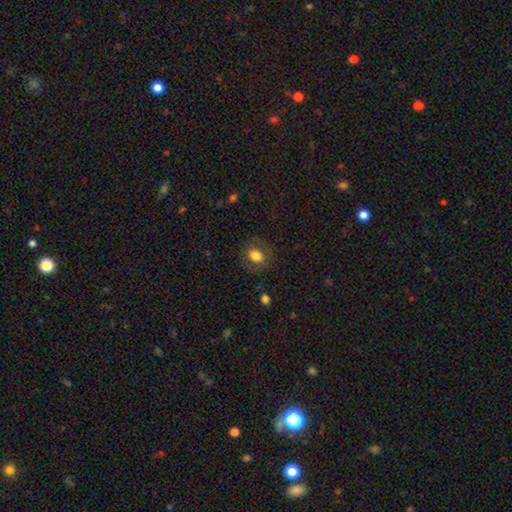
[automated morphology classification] smooth_or_featured: smooth (p=0.73) [alt: featured or disk p=0.18]
how_rounded: in between (p=0.52) [alt: round p=0.47]
merging: none (p=0.80) [alt: minor disturbance p=0.12]